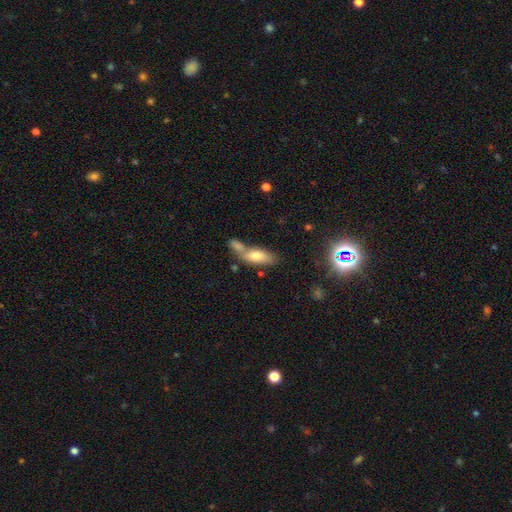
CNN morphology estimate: A smooth galaxy with no disk features (69%) that is in between round and cigar-shaped (73%).

Vote fractions:
- Smooth or featured? smooth: 69% / featured or disk: 22% / star or artifact: 9%
- How rounded? in between: 73% / cigar-shaped: 24% / round: 3%
- Merging? merger: 45% / none: 38% / minor disturbance: 12% / major disturbance: 5%